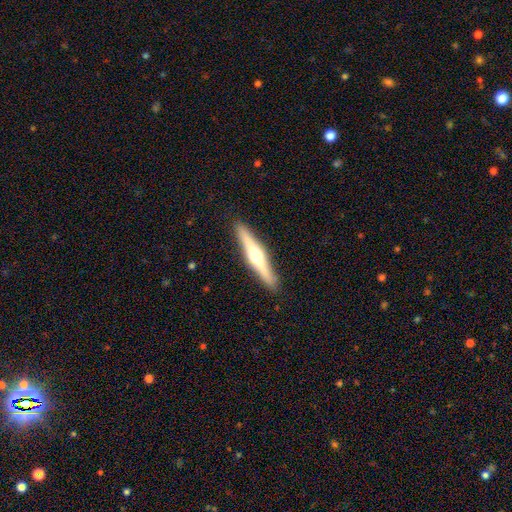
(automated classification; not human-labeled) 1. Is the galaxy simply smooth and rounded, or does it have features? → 71% featured or disk, 24% smooth, 5% star or artifact.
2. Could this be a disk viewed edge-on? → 98% yes, 2% no.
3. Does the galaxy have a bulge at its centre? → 94% rounded, 3% boxy, 3% none.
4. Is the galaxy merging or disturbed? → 92% none, 6% minor disturbance, 1% major disturbance, 1% merger.